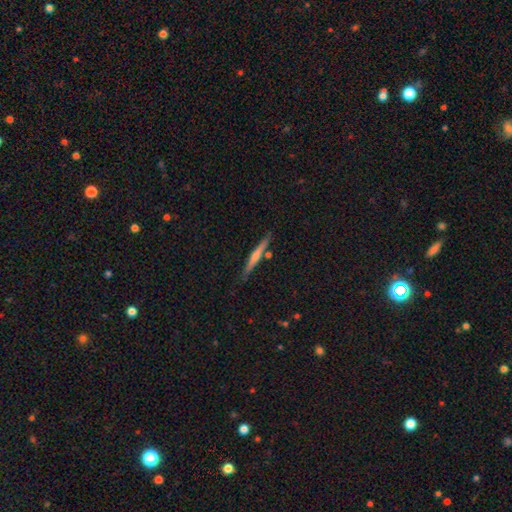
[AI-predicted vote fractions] Smooth or featured: featured or disk — 68% (smooth — 26%)
Edge-on disk: yes — 98% (no — 2%)
Edge-on bulge: rounded — 70% (none — 24%)
Merging: none — 88% (minor disturbance — 8%)